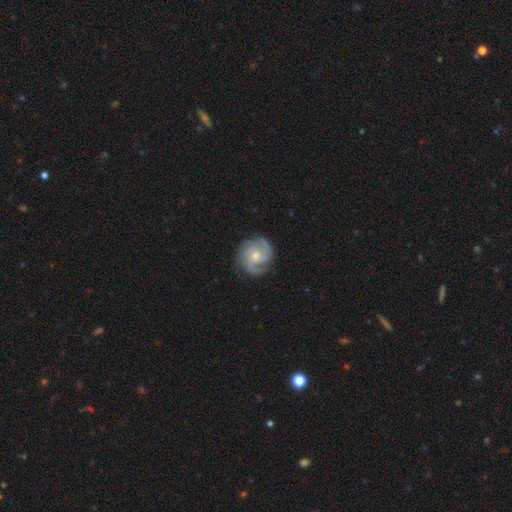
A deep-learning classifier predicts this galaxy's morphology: A featured or disk galaxy (80%) with no bar (70%), 3 (47%) tight (46%) spiral arms (96%) and a moderate central bulge (52%). Merging: none (77%).